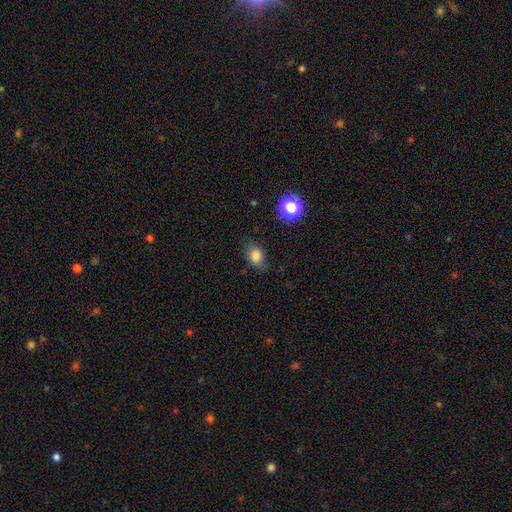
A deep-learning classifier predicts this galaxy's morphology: Smooth or featured? smooth (82%)
How rounded? in between (64%)
Merging? none (72%)